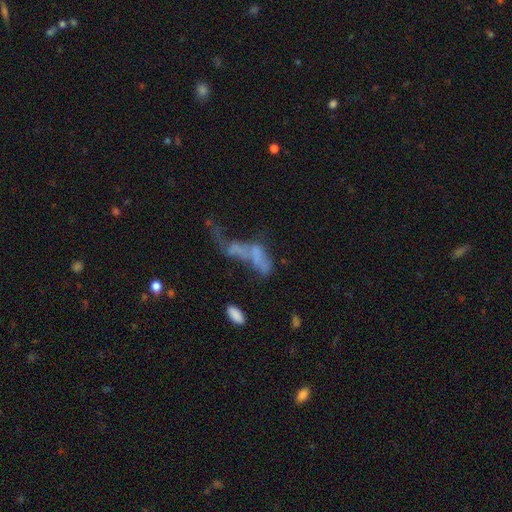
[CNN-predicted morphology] A featured or disk galaxy (44%). Merging: merger (47%).